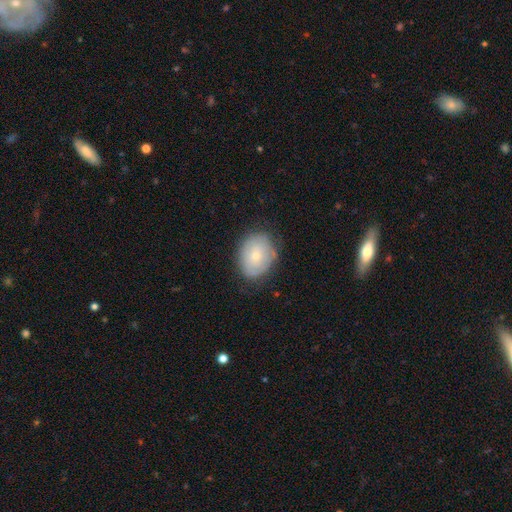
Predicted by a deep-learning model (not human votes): Smooth or featured: smooth — 62% (featured or disk — 31%)
How rounded: in between — 62% (round — 37%)
Merging: none — 73% (minor disturbance — 20%)